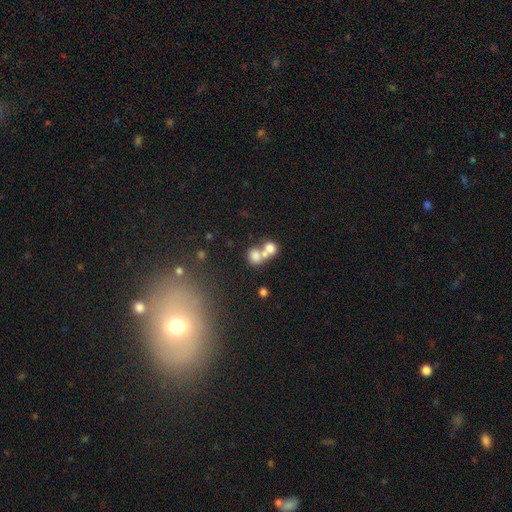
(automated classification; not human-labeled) smooth-or-featured: smooth: 70% | featured or disk: 17% | star or artifact: 12%
  how-rounded: round: 66% | in between: 32% | cigar-shaped: 1%
  merging: merger: 65% | none: 25% | minor disturbance: 6% | major disturbance: 4%